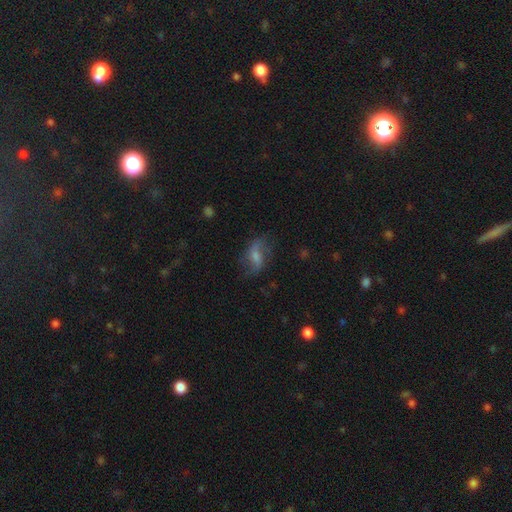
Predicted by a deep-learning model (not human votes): Smooth or featured? featured or disk (56%)
Edge-on disk? no (94%)
Bar? weak (46%)
Spiral arms? yes (83%)
Bulge size? moderate (36%)
Merging? none (63%)